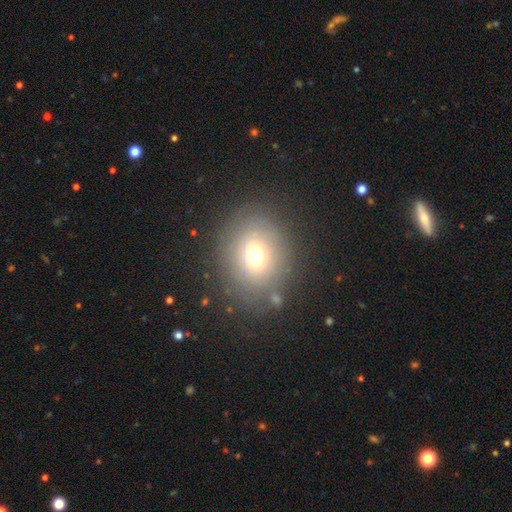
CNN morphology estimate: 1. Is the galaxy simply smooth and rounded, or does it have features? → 68% smooth, 16% featured or disk, 16% star or artifact.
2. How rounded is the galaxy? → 68% round, 31% in between, 1% cigar-shaped.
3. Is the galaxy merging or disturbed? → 79% none, 12% minor disturbance, 6% major disturbance, 3% merger.